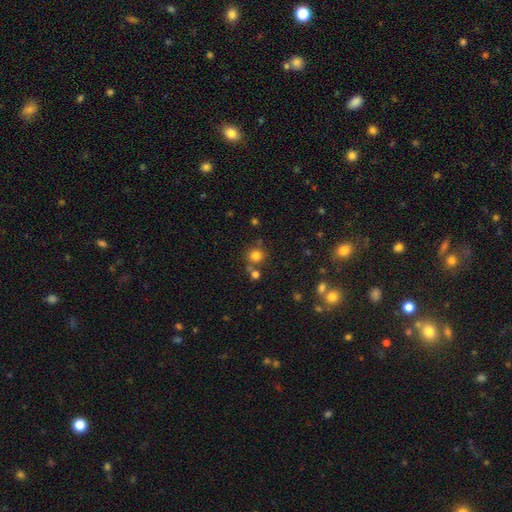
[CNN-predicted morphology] The model was most divided on "merging": none: 71%, merger: 17%, minor disturbance: 9%, major disturbance: 3%. More confident: how rounded — round (91%); smooth or featured — smooth (78%).